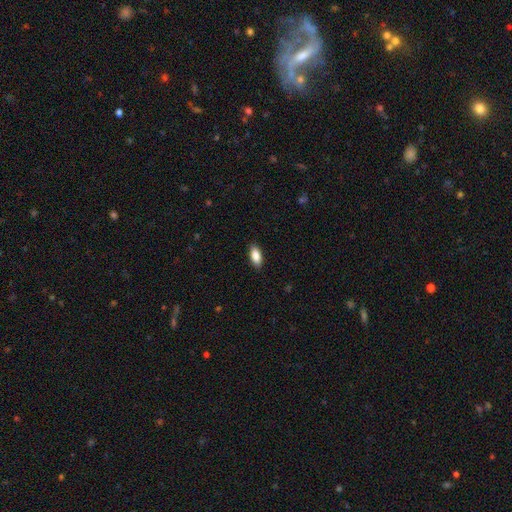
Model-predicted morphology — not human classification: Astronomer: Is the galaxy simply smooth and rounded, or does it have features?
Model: smooth — 88%.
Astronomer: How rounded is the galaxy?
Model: in between — 87%.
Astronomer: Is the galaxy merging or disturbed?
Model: none — 88%.